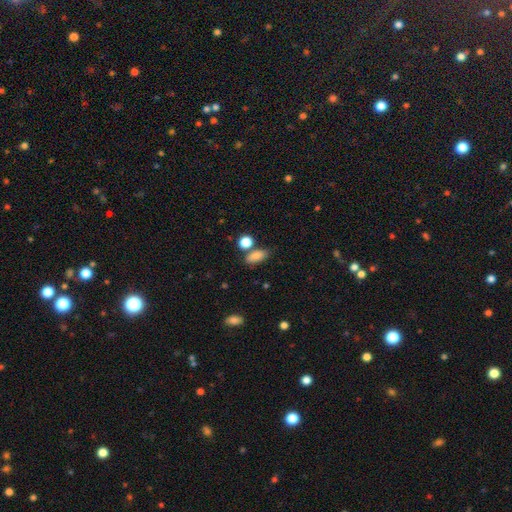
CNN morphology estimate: Q: Smooth or featured?
A: smooth (84%); runner-up: star or artifact (9%)
Q: How rounded?
A: in between (81%); runner-up: round (10%)
Q: Merging?
A: none (67%); runner-up: minor disturbance (15%)